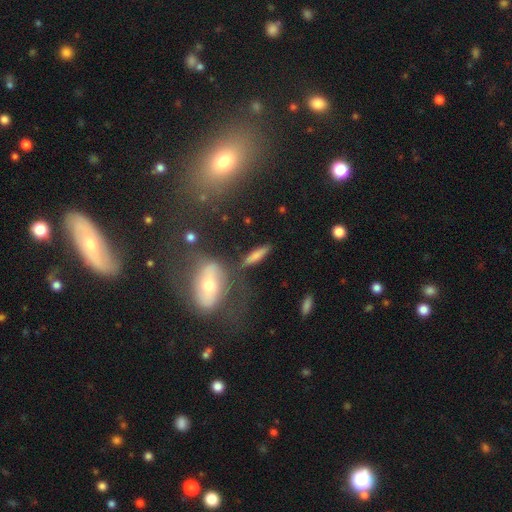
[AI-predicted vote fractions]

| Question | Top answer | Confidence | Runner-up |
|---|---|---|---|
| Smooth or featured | smooth | 63% | featured or disk (28%) |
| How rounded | cigar-shaped | 77% | in between (19%) |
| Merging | none | 74% | minor disturbance (13%) |